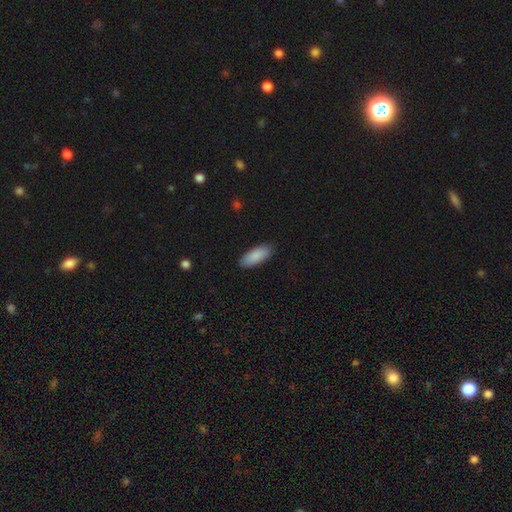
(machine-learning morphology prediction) Smooth or featured? smooth (89%)
How rounded? in between (80%)
Merging? none (88%)